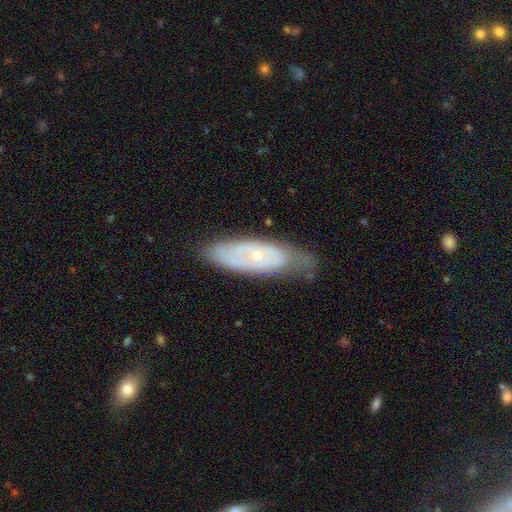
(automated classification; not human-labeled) This is likely a featured or disk galaxy (69%). It is clearly not viewed edge-on (83%). Bar: likely no (75%). Spiral arm pattern: likely yes (70%). Central bulge: likely small (75%). Merging: likely none (63%).